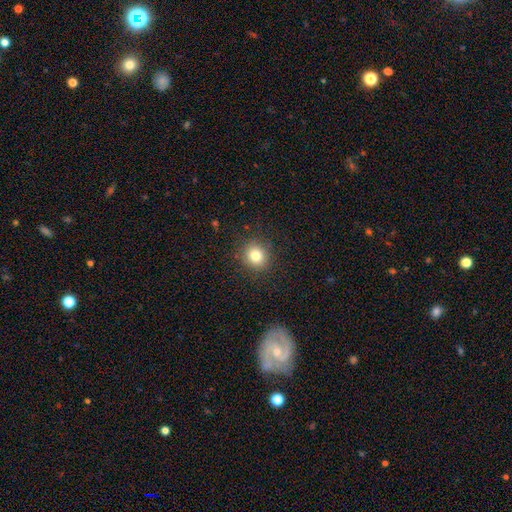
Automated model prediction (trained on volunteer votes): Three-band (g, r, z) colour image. It shows a smooth galaxy with no disk features (80%) that is round (86%). Merging: none (89%).